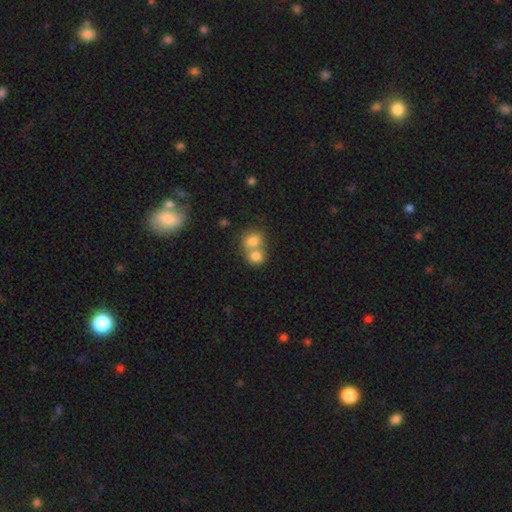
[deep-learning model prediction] Smooth or featured? smooth (79%)
How rounded? round (70%)
Merging? merger (63%)